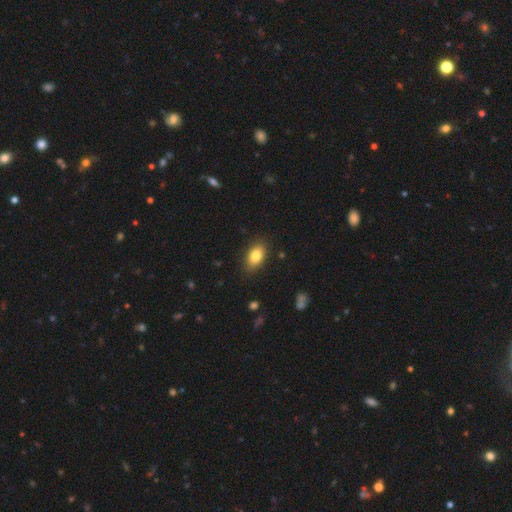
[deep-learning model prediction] smooth 82%, featured or disk 10%, star or artifact 8%. Down the decision tree: how rounded — in between (88%); merging — none (85%).